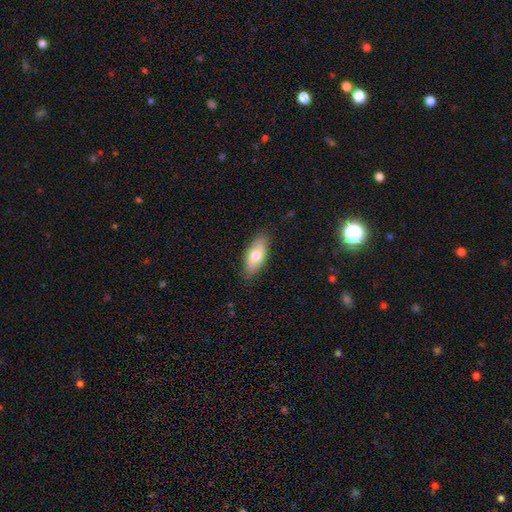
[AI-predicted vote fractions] Smooth or featured: smooth — 73% (featured or disk — 22%)
How rounded: in between — 80% (cigar-shaped — 17%)
Merging: none — 86% (minor disturbance — 11%)